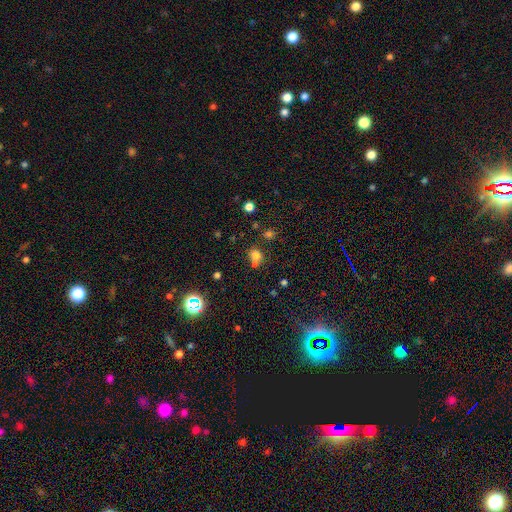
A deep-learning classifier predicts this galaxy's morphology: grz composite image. It shows a smooth galaxy with no disk features (73%) that is round (65%). Merging: none (51%).